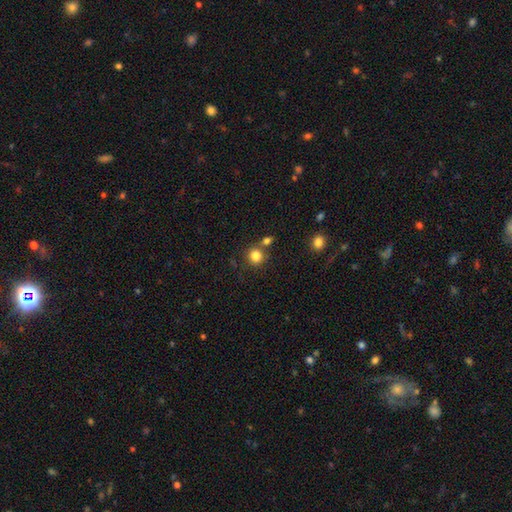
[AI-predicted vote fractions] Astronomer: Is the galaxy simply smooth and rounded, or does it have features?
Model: smooth — 83%.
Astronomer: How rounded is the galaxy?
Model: round — 89%.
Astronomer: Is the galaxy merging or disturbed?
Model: none — 69%.